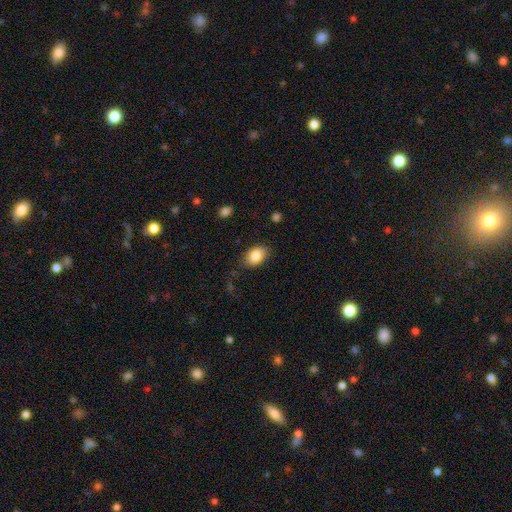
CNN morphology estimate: This is clearly a smooth galaxy (86%). How rounded: clearly in between (81%). Merging: clearly none (81%).